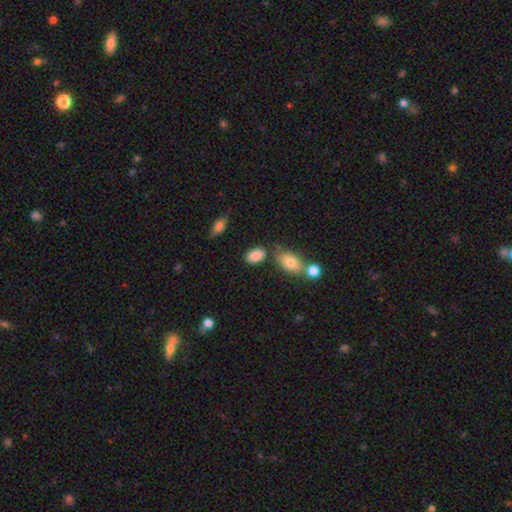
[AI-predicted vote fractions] This appears to be a smooth galaxy with no disk features (86%) that is in between round and cigar-shaped (90%). Merging: none (72%).